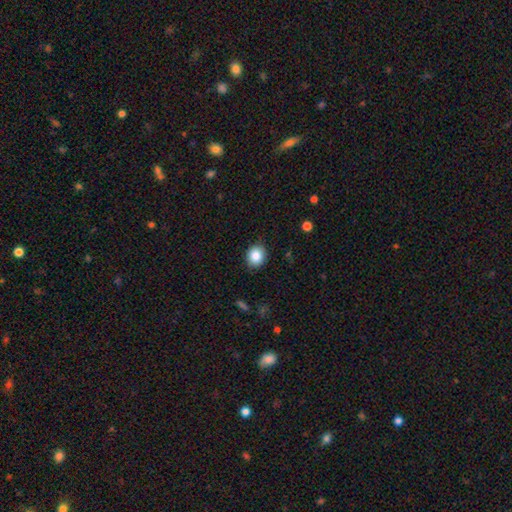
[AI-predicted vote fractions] Smooth or featured? Predicted: smooth (p=0.85). How rounded? Predicted: round (p=0.66). Merging? Predicted: none (p=0.87).